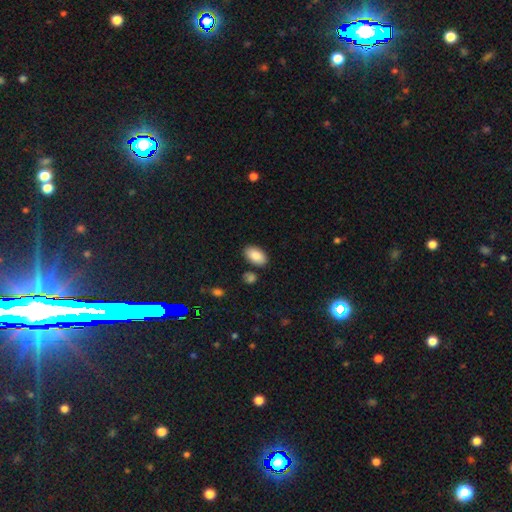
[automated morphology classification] smooth-or-featured: smooth: 88% | star or artifact: 7% | featured or disk: 5%
  how-rounded: in between: 94% | round: 4% | cigar-shaped: 2%
  merging: none: 84% | minor disturbance: 10% | merger: 4% | major disturbance: 2%